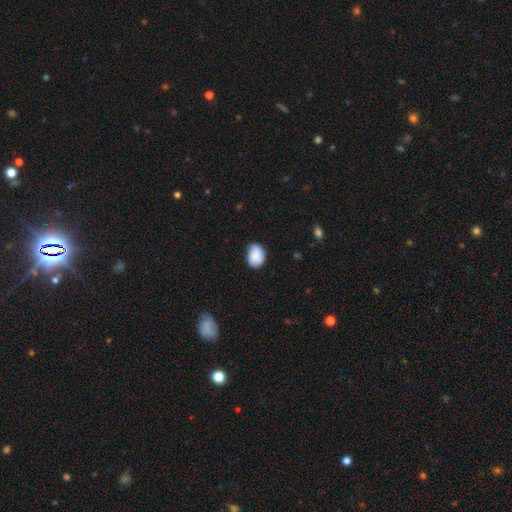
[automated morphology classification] smooth_or_featured: smooth (p=0.83) [alt: featured or disk p=0.09]
how_rounded: in between (p=0.59) [alt: round p=0.41]
merging: none (p=0.63) [alt: minor disturbance p=0.30]